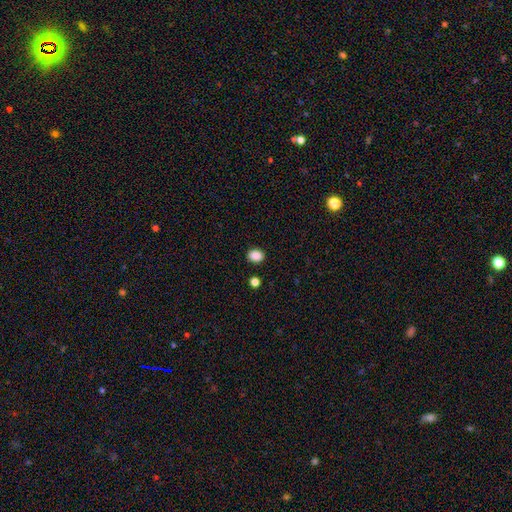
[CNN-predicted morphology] Q: Smooth or featured?
A: smooth (87%); runner-up: star or artifact (10%)
Q: How rounded?
A: in between (50%); runner-up: round (49%)
Q: Merging?
A: none (87%); runner-up: minor disturbance (8%)